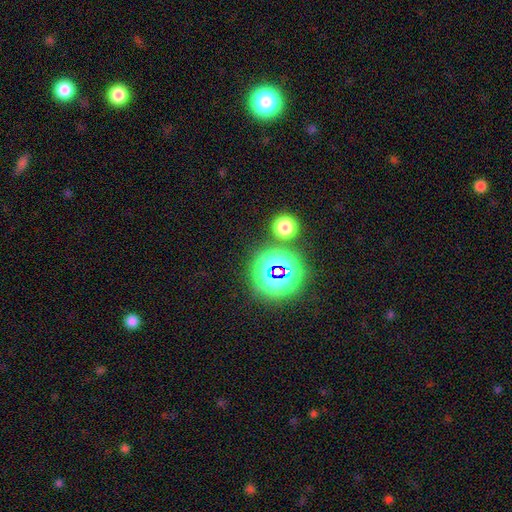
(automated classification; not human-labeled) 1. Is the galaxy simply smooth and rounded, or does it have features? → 69% star or artifact, 22% smooth, 9% featured or disk.